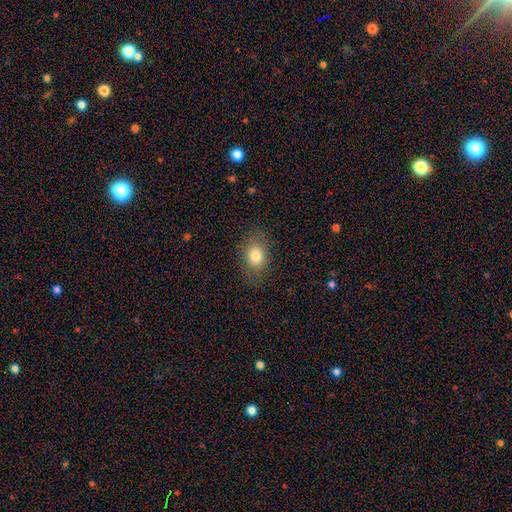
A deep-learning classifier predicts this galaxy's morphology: Smooth or featured? Predicted: smooth (p=0.80). How rounded? Predicted: in between (p=0.71). Merging? Predicted: none (p=0.82).